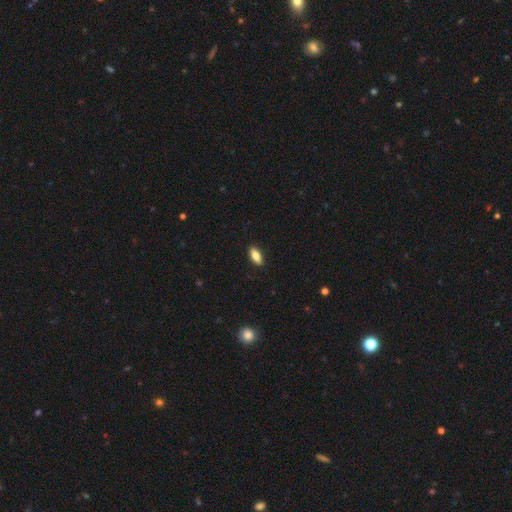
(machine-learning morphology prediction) Q: Smooth or featured?
A: smooth (79%); runner-up: featured or disk (14%)
Q: How rounded?
A: in between (83%); runner-up: cigar-shaped (15%)
Q: Merging?
A: none (89%); runner-up: minor disturbance (9%)